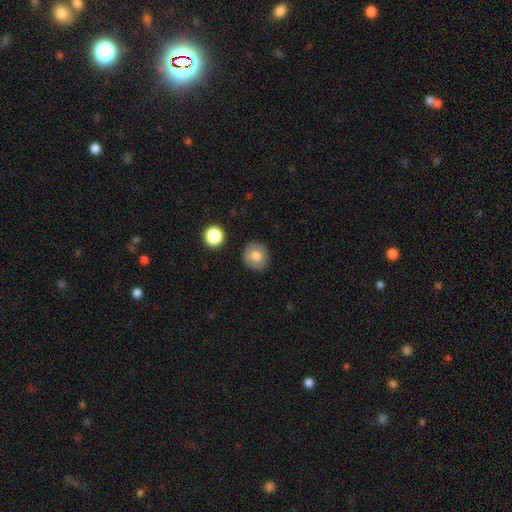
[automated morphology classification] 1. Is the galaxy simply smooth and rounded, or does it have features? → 75% smooth, 16% featured or disk, 9% star or artifact.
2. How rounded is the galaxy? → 88% round, 11% in between, 1% cigar-shaped.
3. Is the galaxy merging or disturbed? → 88% none, 8% minor disturbance, 2% major disturbance, 2% merger.